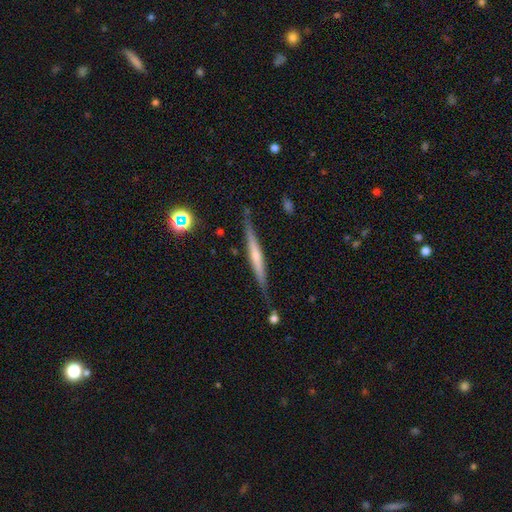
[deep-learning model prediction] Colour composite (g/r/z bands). It shows a featured or disk galaxy (63%) viewed edge-on (96%) with a rounded central bulge (47%). Merging: none (80%).